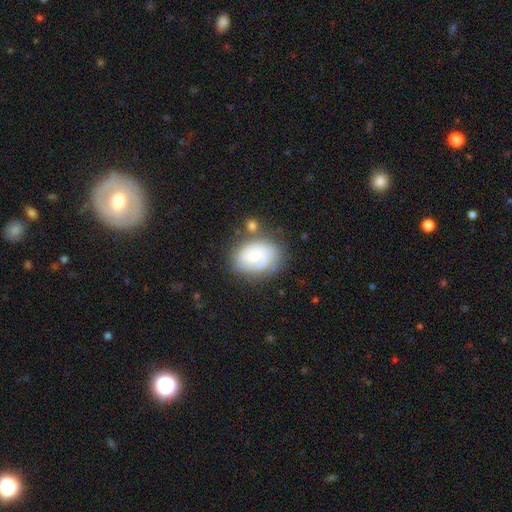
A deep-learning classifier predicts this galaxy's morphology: A featured or disk galaxy (55%) with no bar (59%), spiral arms (85%) and a small central bulge (41%).

Vote fractions:
- Smooth or featured? featured or disk: 55% / smooth: 37% / star or artifact: 8%
- Edge-on disk? no: 97% / yes: 3%
- Bar? no: 59% / weak: 35% / strong: 6%
- Spiral arms? yes: 85% / no: 15%
- Bulge size? small: 41% / moderate: 25% / none: 21% / large: 10% / dominant: 3%
- Merging? none: 62% / minor disturbance: 21% / major disturbance: 10% / merger: 6%